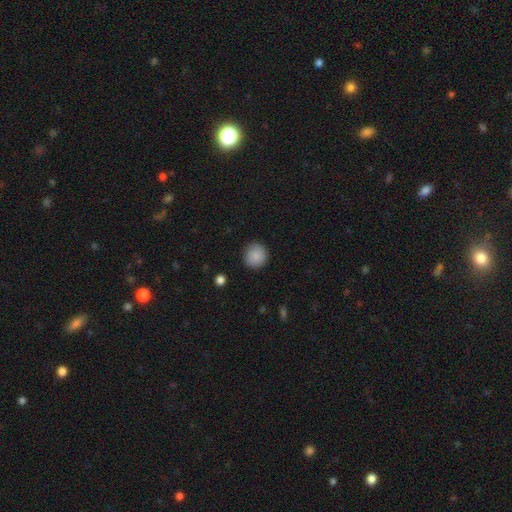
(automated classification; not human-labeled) Smooth or featured? Predicted: smooth (p=0.89). How rounded? Predicted: round (p=0.93). Merging? Predicted: none (p=0.90).